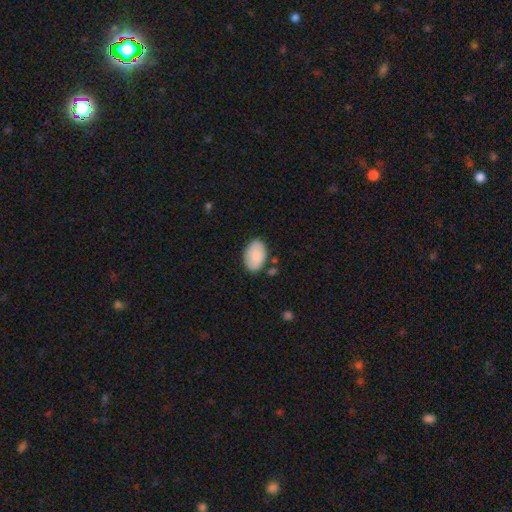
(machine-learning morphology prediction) Q: Smooth or featured?
A: smooth (83%); runner-up: featured or disk (11%)
Q: How rounded?
A: in between (91%); runner-up: round (8%)
Q: Merging?
A: none (79%); runner-up: minor disturbance (14%)